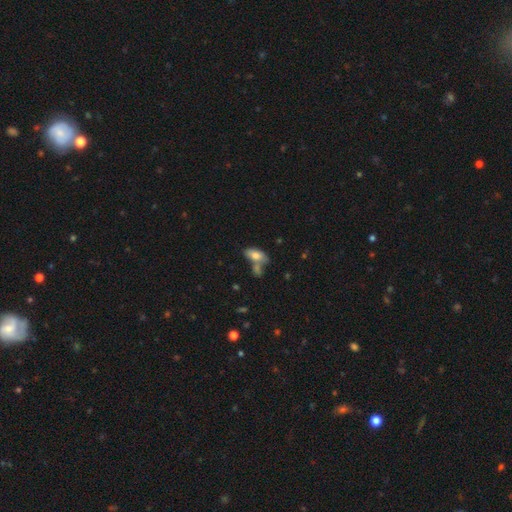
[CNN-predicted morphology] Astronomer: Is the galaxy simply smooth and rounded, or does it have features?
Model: smooth — 75%.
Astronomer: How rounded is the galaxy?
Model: in between — 89%.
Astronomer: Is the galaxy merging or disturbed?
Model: none — 42% (runner-up: merger, 36%).